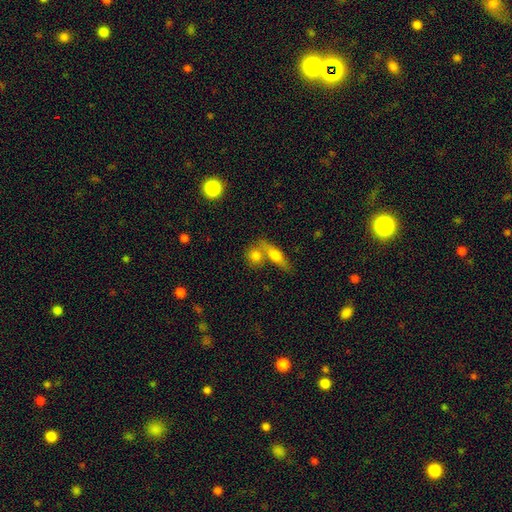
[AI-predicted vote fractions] smooth-or-featured: smooth: 73% | featured or disk: 18% | star or artifact: 9%
  how-rounded: round: 56% | in between: 34% | cigar-shaped: 10%
  merging: none: 44% | merger: 43% | minor disturbance: 9% | major disturbance: 4%